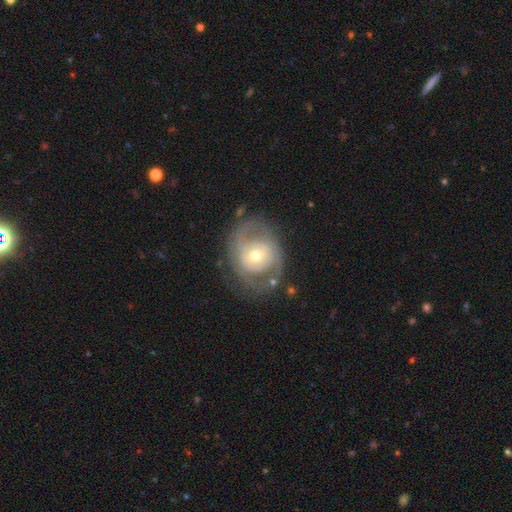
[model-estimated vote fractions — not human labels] featured or disk 75%, smooth 19%, star or artifact 6%. Down the decision tree: edge-on disk — no (96%); bar — no (67%); spiral arms — yes (73%); spiral arm count — 2 (59%); spiral winding — tight (48%); bulge size — moderate (60%); merging — none (64%).